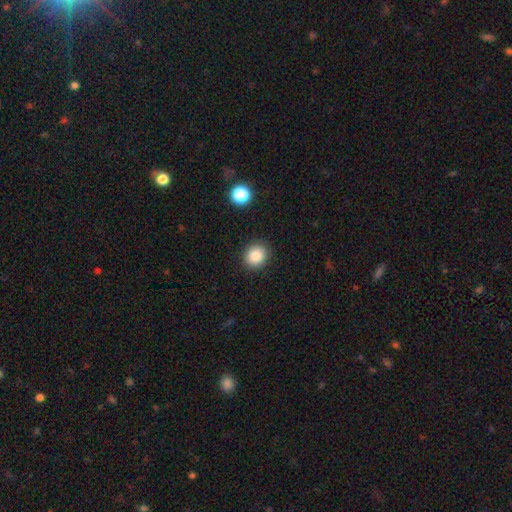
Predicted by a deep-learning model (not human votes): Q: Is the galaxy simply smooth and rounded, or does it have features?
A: smooth — 85%.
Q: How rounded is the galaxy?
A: round — 75%.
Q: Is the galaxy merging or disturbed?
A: none — 90%.